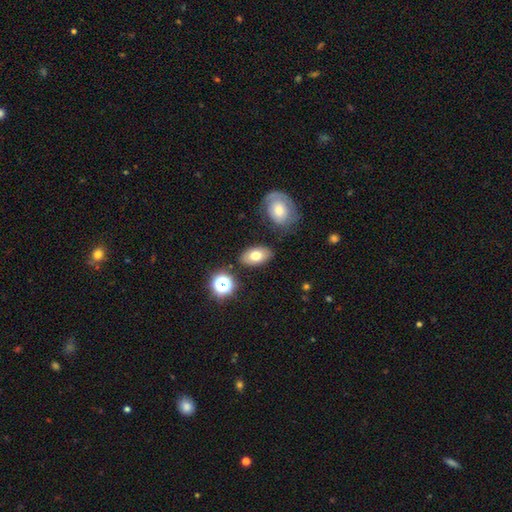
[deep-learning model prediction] smooth-or-featured: smooth: 72% | featured or disk: 18% | star or artifact: 10%
  how-rounded: in between: 89% | round: 9% | cigar-shaped: 2%
  merging: none: 82% | minor disturbance: 11% | merger: 4% | major disturbance: 3%